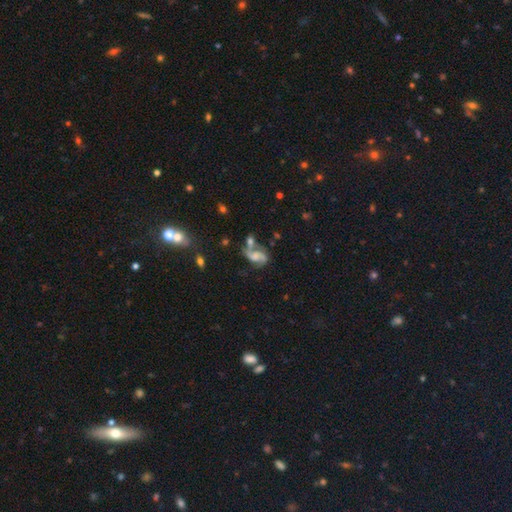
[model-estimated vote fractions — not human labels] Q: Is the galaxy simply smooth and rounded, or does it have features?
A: featured or disk — 75%.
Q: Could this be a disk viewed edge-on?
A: no — 97%.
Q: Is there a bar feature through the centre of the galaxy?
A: no — 53%.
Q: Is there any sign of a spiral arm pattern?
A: yes — 91%.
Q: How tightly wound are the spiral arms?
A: loose — 51%.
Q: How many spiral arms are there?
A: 2 — 86%.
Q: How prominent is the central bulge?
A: none — 41%.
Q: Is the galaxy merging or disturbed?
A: none — 36%.